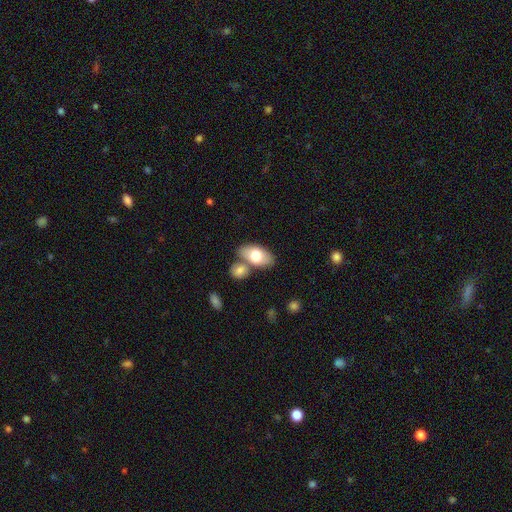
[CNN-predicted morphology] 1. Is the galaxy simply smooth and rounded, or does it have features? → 71% smooth, 23% featured or disk, 6% star or artifact.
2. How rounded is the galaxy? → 92% in between, 5% round, 3% cigar-shaped.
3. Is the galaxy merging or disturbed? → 60% none, 25% merger, 12% minor disturbance, 3% major disturbance.